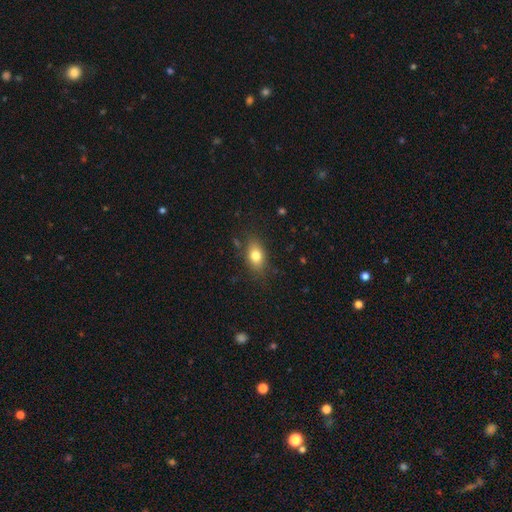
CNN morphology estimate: Smooth or featured? Predicted: smooth (p=0.78). How rounded? Predicted: in between (p=0.79). Merging? Predicted: none (p=0.79).